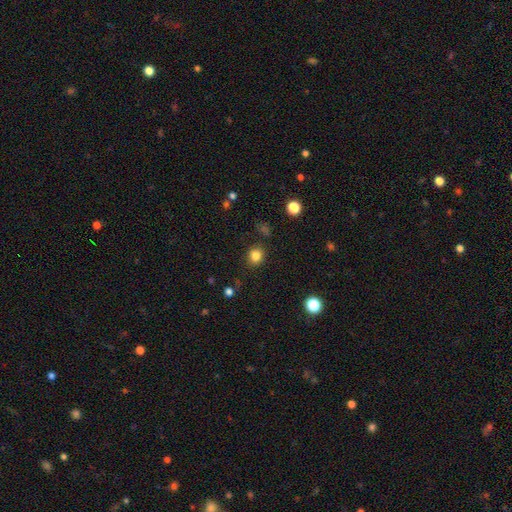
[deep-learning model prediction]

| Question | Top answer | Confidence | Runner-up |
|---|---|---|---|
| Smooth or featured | smooth | 82% | star or artifact (13%) |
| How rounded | round | 77% | in between (22%) |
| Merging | none | 86% | minor disturbance (9%) |